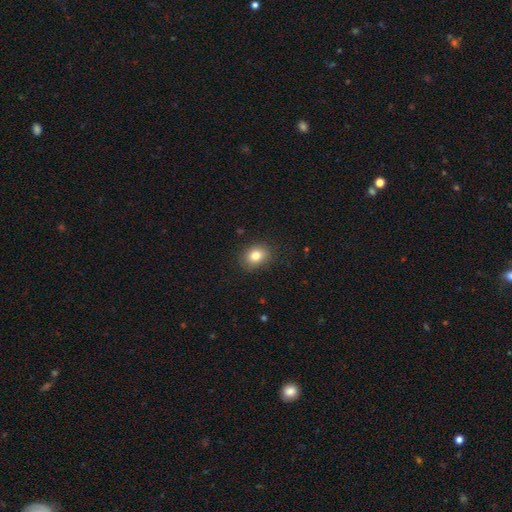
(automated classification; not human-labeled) This appears to be a smooth galaxy with no disk features (82%) that is in between round and cigar-shaped (50%). Merging: none (87%).